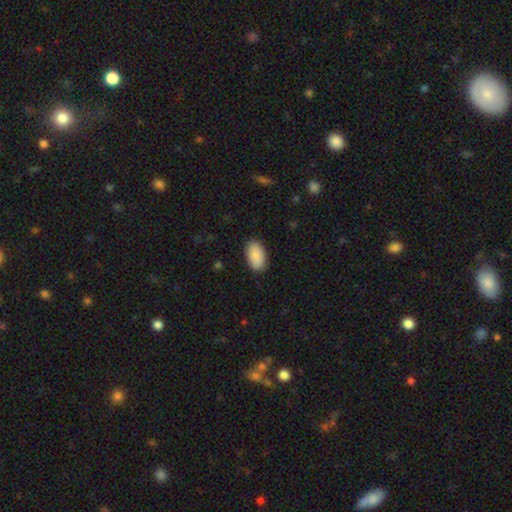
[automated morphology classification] Smooth or featured? smooth (89%)
How rounded? in between (95%)
Merging? none (89%)